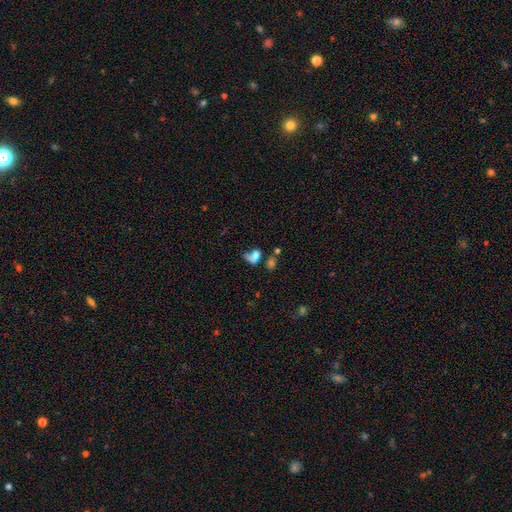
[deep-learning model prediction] Smooth or featured? Predicted: smooth (p=0.59). How rounded? Predicted: in between (p=0.68). Merging? Predicted: merger (p=0.34).